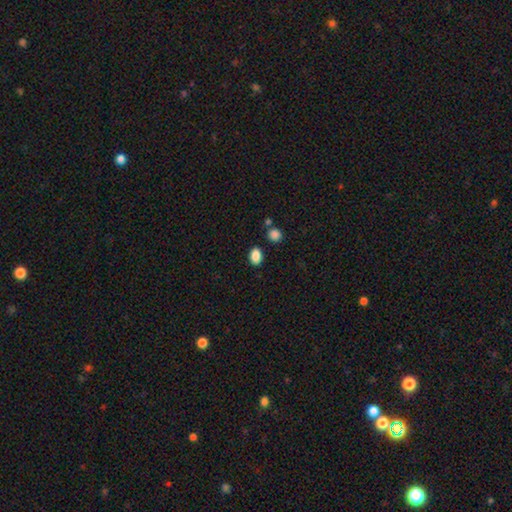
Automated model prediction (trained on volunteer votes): This appears to be a smooth galaxy with no disk features (88%) that is in between round and cigar-shaped (79%). Merging: none (83%).